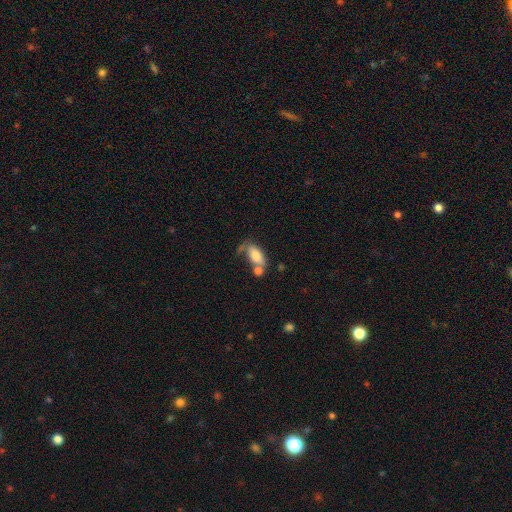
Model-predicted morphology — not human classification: This is likely a smooth galaxy (74%). How rounded: clearly in between (87%). Merging: marginally none (36%).